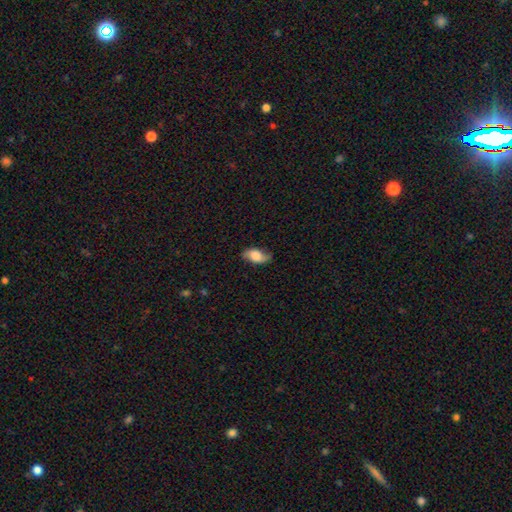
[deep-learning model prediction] smooth 55%, featured or disk 37%, star or artifact 8%. Down the decision tree: how rounded — in between (90%); merging — none (74%).